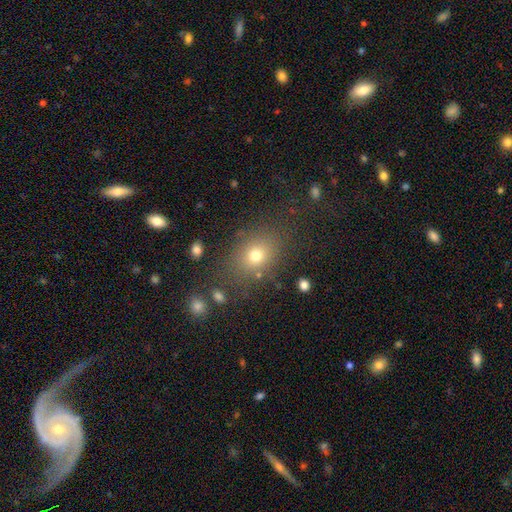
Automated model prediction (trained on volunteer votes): smooth 72%, star or artifact 16%, featured or disk 12%. Down the decision tree: how rounded — in between (55%); merging — none (78%).